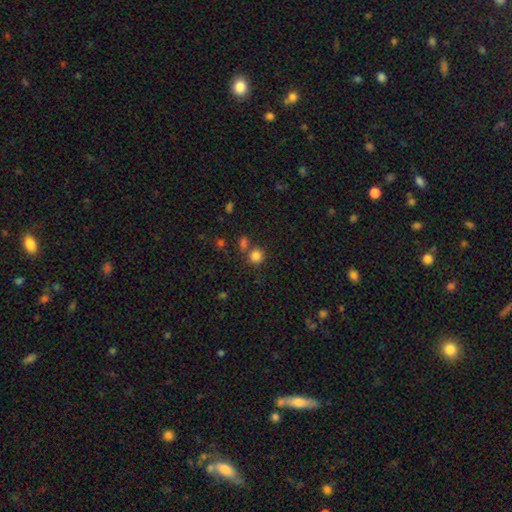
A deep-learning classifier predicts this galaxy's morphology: Smooth or featured?
  - smooth: 83% *
  - star or artifact: 12%
  - featured or disk: 5%
How rounded?
  - round: 87% *
  - in between: 12%
  - cigar-shaped: 1%
Merging?
  - none: 70% *
  - merger: 16%
  - minor disturbance: 10%
  - major disturbance: 4%